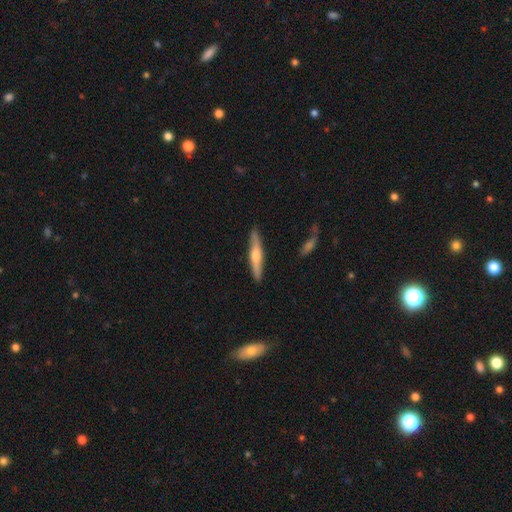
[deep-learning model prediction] featured or disk 58%, smooth 36%, star or artifact 6%. Down the decision tree: edge-on disk — yes (95%); edge-on bulge — rounded (85%); merging — none (88%).